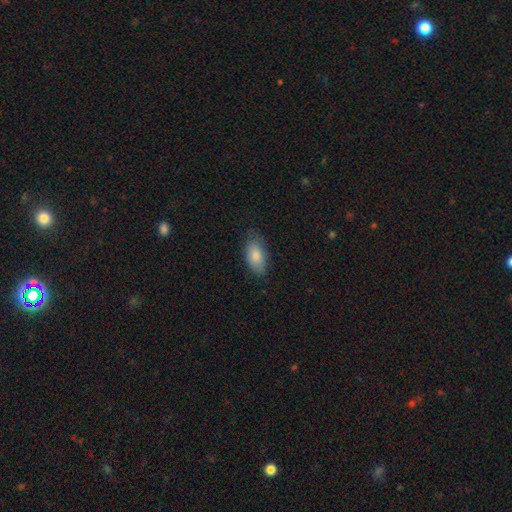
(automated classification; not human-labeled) Q: Smooth or featured?
A: smooth (82%); runner-up: featured or disk (11%)
Q: How rounded?
A: in between (92%); runner-up: cigar-shaped (5%)
Q: Merging?
A: none (74%); runner-up: minor disturbance (20%)